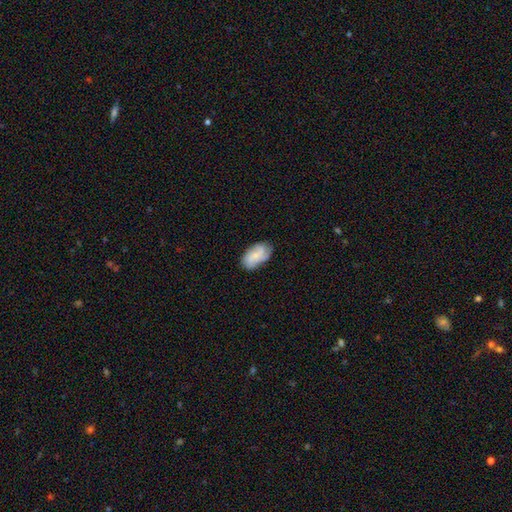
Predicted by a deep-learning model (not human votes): The model was most divided on "smooth or featured": smooth: 53%, featured or disk: 39%, star or artifact: 7%. More confident: how rounded — in between (92%); merging — none (66%).